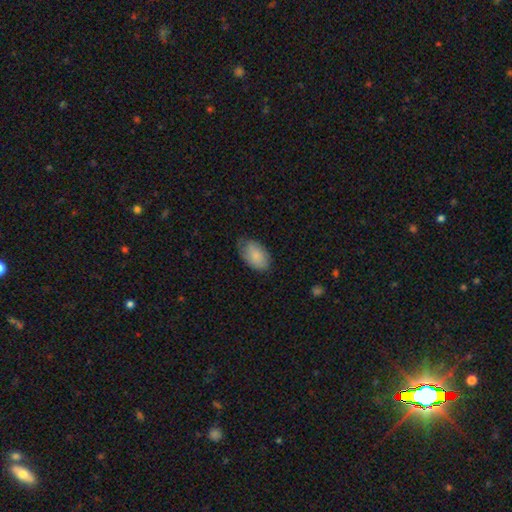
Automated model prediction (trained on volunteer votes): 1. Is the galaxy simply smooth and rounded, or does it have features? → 84% smooth, 10% featured or disk, 6% star or artifact.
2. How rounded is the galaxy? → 93% in between, 6% round, 1% cigar-shaped.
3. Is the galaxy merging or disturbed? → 70% none, 24% minor disturbance, 5% major disturbance, 1% merger.